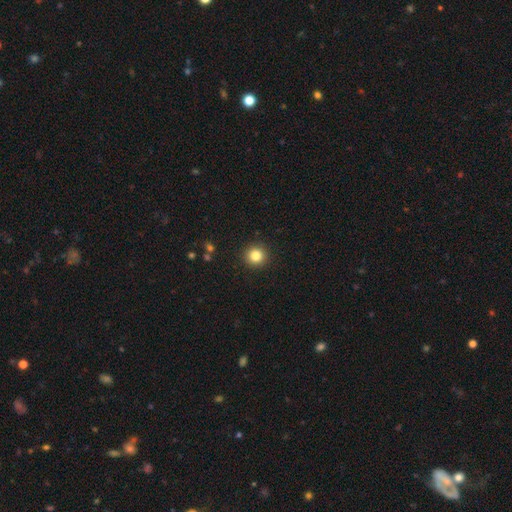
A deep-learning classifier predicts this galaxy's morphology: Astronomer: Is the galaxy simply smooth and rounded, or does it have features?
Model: smooth — 84%.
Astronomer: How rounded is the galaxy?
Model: round — 95%.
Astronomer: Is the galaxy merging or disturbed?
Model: none — 92%.